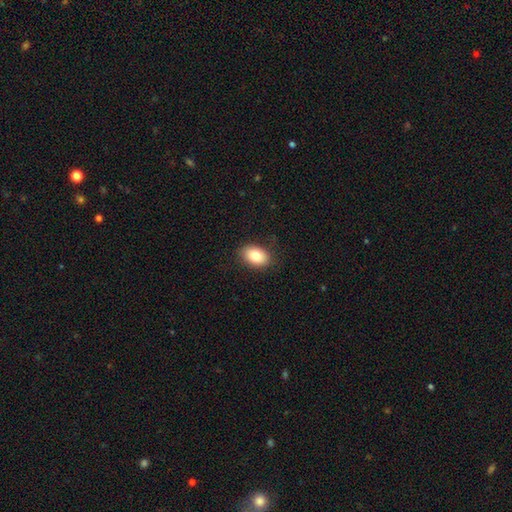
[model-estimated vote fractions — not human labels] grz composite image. It shows a smooth galaxy with no disk features (82%) that is in between round and cigar-shaped (86%). Merging: none (85%).